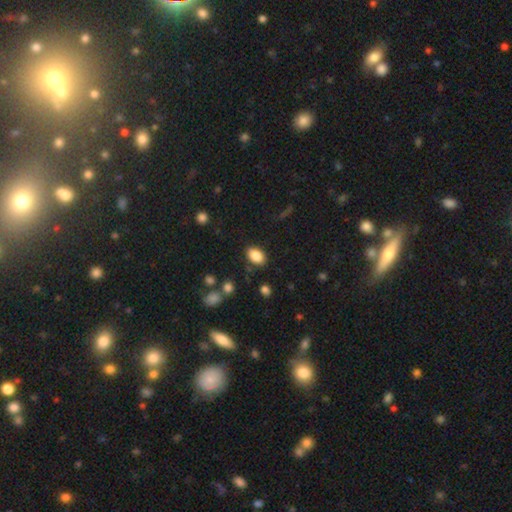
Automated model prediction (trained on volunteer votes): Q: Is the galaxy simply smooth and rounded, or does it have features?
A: smooth — 86%.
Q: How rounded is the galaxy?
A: in between — 88%.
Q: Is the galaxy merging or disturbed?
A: none — 83%.